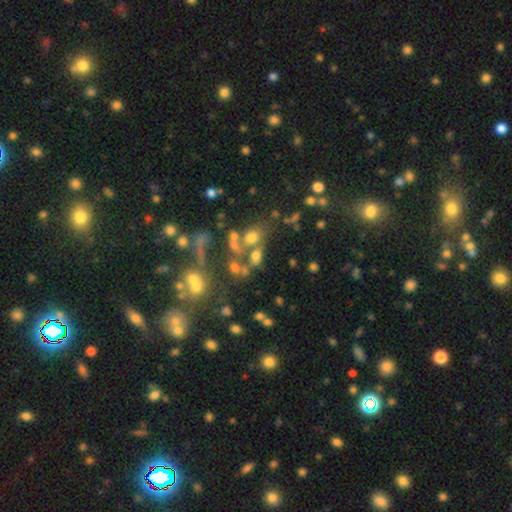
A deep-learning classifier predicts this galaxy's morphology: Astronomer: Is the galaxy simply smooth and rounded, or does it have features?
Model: smooth — 57%.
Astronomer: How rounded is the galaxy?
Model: in between — 56% (runner-up: round, 39%).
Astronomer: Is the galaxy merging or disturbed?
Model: none — 40% (runner-up: merger, 36%).